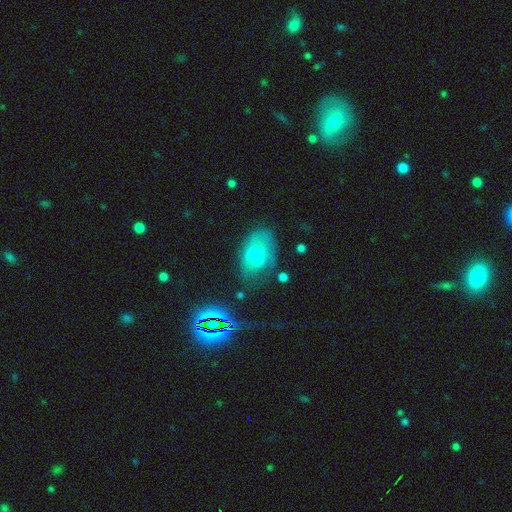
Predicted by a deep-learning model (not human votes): The model was most divided on "merging": none: 48%, minor disturbance: 29%, major disturbance: 19%, merger: 4%. More confident: how rounded — in between (89%); smooth or featured — smooth (68%).